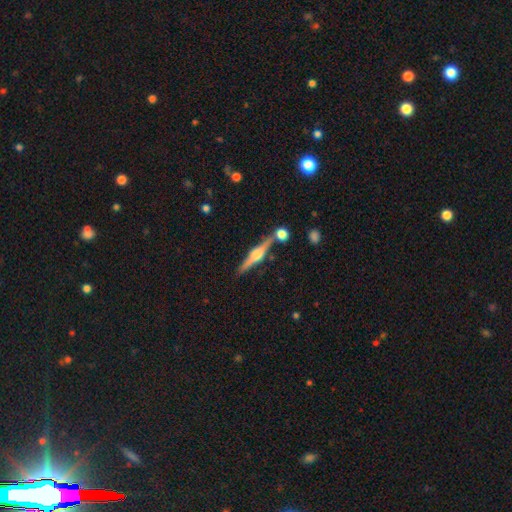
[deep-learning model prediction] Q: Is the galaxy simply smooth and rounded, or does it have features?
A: featured or disk — 82%.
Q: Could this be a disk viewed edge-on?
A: yes — 98%.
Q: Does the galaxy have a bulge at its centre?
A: rounded — 91%.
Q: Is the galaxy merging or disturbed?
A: none — 84%.